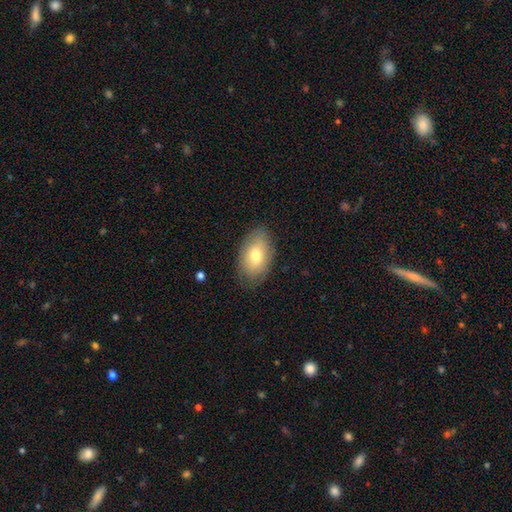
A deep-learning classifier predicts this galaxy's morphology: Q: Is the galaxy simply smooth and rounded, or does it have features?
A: smooth — 73%.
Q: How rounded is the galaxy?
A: in between — 90%.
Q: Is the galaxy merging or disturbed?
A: none — 81%.